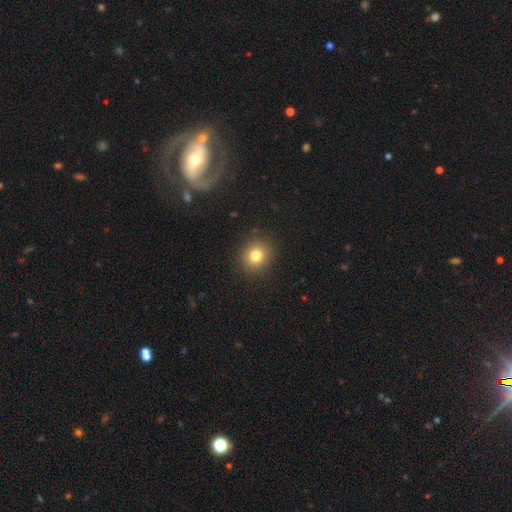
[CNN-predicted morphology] type=smooth (79%); roundness=round (83%); merging=none (90%).